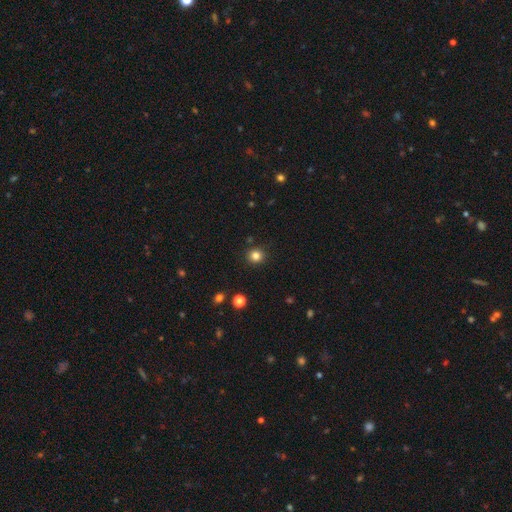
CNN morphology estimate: The model was most divided on "smooth or featured": smooth: 82%, star or artifact: 13%, featured or disk: 5%. More confident: how rounded — round (92%); merging — none (90%).